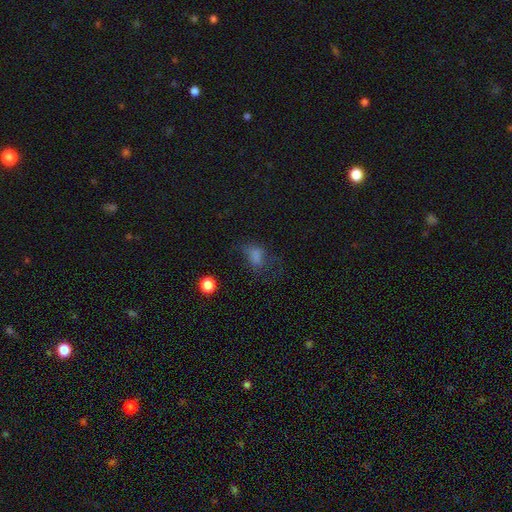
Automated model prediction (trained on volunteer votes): smooth 59%, star or artifact 23%, featured or disk 17%. Down the decision tree: how rounded — in between (70%); merging — none (40%).